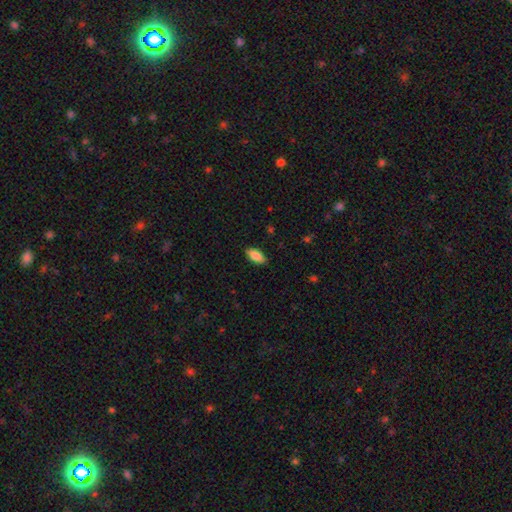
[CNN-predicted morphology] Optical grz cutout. It shows a smooth galaxy with no disk features (87%) that is in between round and cigar-shaped (89%). Merging: none (87%).